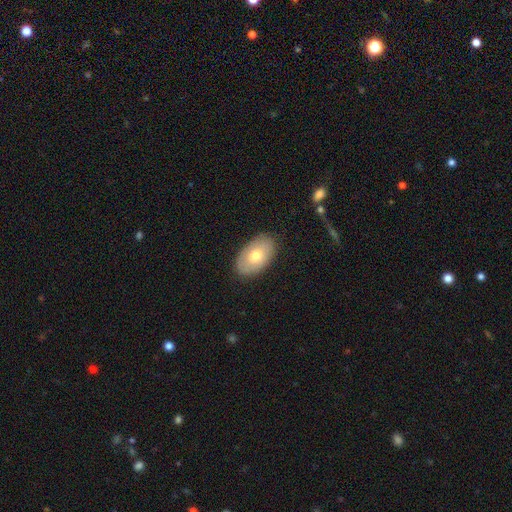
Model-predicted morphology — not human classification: Q: Smooth or featured?
A: smooth (65%); runner-up: featured or disk (28%)
Q: How rounded?
A: in between (93%); runner-up: round (6%)
Q: Merging?
A: none (86%); runner-up: minor disturbance (11%)